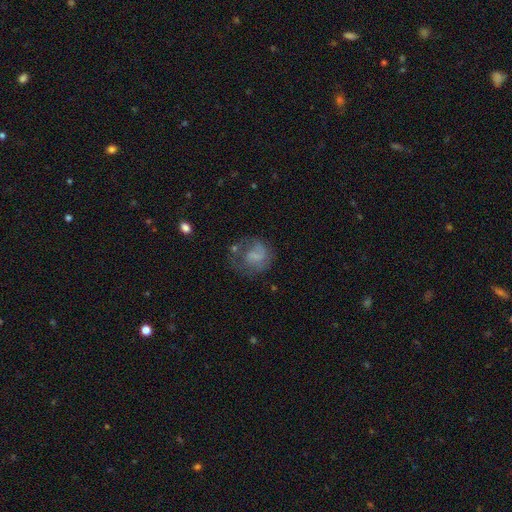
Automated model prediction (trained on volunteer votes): This is possibly a featured or disk galaxy (49%). Merging: marginally none (40%).